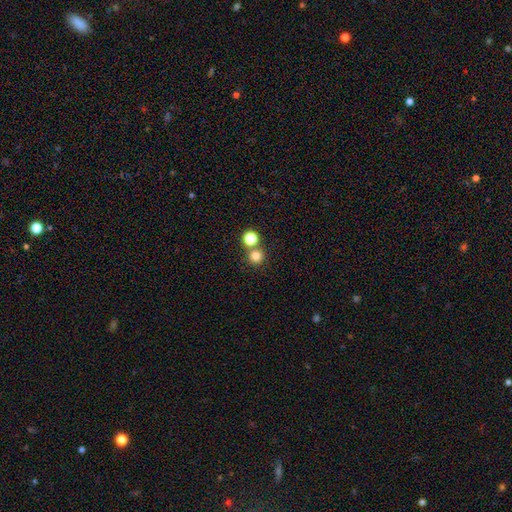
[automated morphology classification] type=smooth (78%); roundness=round (94%); merging=none (70%).